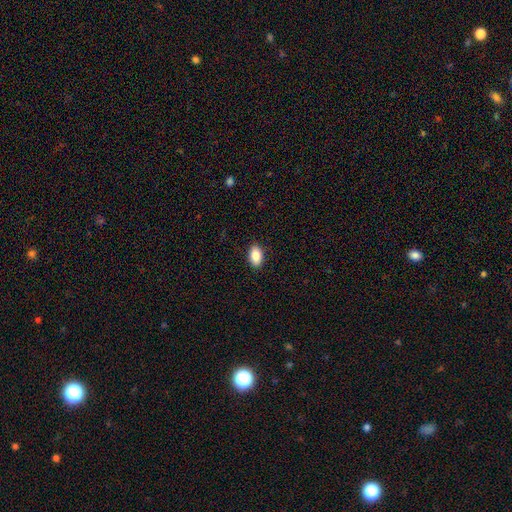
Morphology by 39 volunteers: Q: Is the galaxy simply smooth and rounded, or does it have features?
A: smooth — 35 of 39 (90%).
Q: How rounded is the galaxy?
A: in between — 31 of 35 (89%).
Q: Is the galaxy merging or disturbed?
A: none — 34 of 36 (94%).